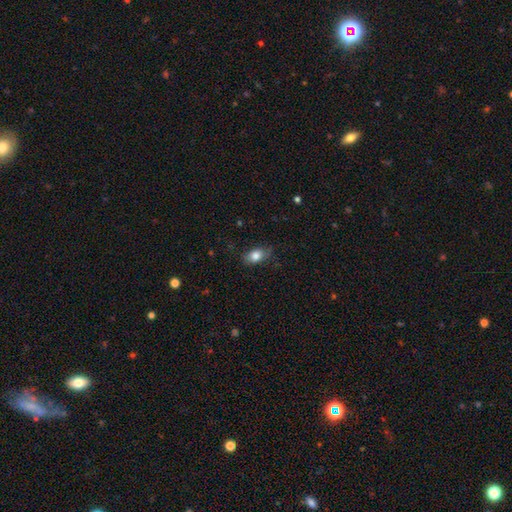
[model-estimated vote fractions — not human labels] smooth-or-featured: smooth: 83% | featured or disk: 9% | star or artifact: 8%
  how-rounded: in between: 84% | round: 13% | cigar-shaped: 3%
  merging: none: 75% | minor disturbance: 20% | major disturbance: 4% | merger: 1%